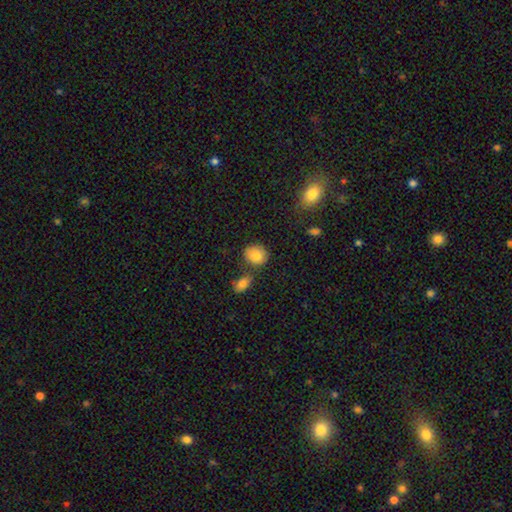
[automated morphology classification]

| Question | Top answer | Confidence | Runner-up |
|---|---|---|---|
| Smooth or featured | smooth | 82% | featured or disk (9%) |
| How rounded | round | 74% | in between (25%) |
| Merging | none | 70% | merger (14%) |